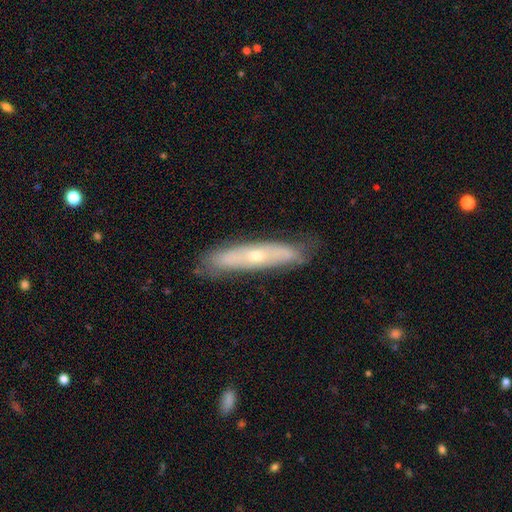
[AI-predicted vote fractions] Smooth or featured? featured or disk (57%)
Edge-on disk? yes (57%)
Merging? none (76%)